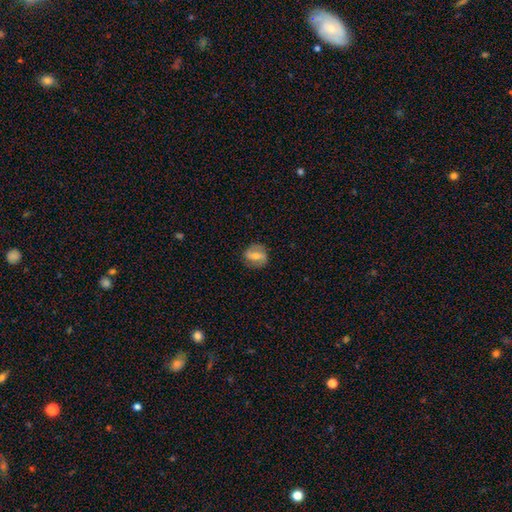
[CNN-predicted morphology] Smooth or featured? featured or disk (54%)
Edge-on disk? no (94%)
Bar? strong (48%)
Spiral arms? yes (73%)
Bulge size? moderate (53%)
Merging? none (80%)